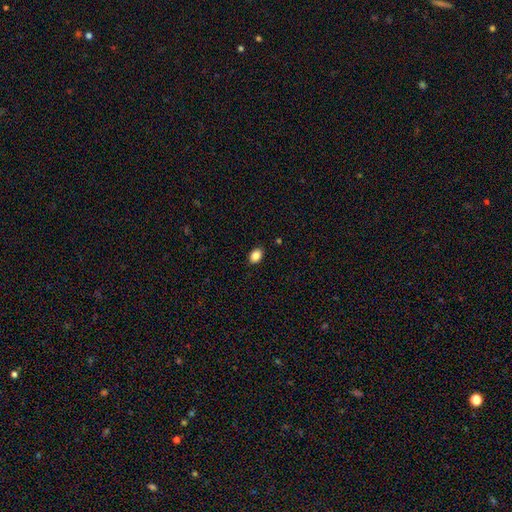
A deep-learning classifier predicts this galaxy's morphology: Q: Smooth or featured?
A: smooth (86%); runner-up: star or artifact (9%)
Q: How rounded?
A: in between (80%); runner-up: round (19%)
Q: Merging?
A: none (88%); runner-up: minor disturbance (9%)